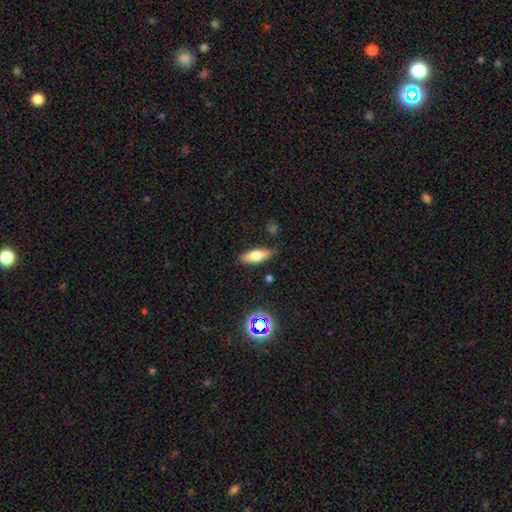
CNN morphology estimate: Smooth or featured? smooth (61%)
How rounded? in between (57%)
Merging? none (84%)